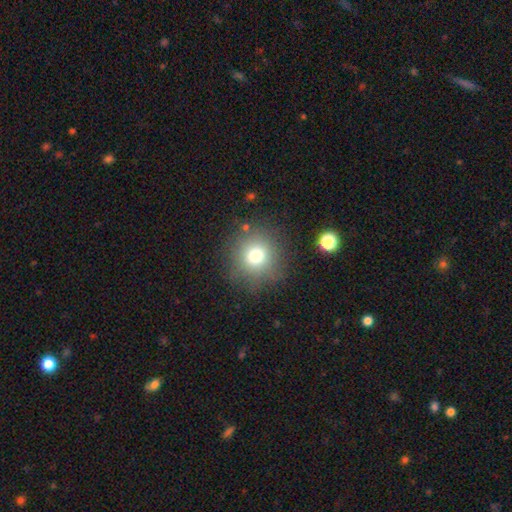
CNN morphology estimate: This is likely a smooth galaxy (75%). How rounded: clearly round (91%). Merging: clearly none (83%).